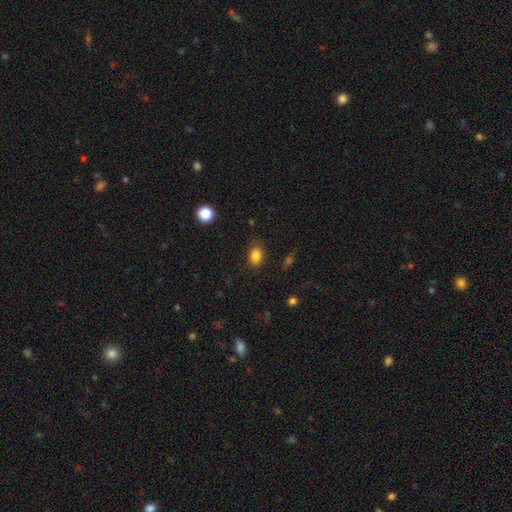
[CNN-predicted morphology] smooth-or-featured: smooth: 84% | star or artifact: 11% | featured or disk: 6%
  how-rounded: in between: 67% | round: 31% | cigar-shaped: 1%
  merging: none: 79% | minor disturbance: 16% | major disturbance: 4% | merger: 1%